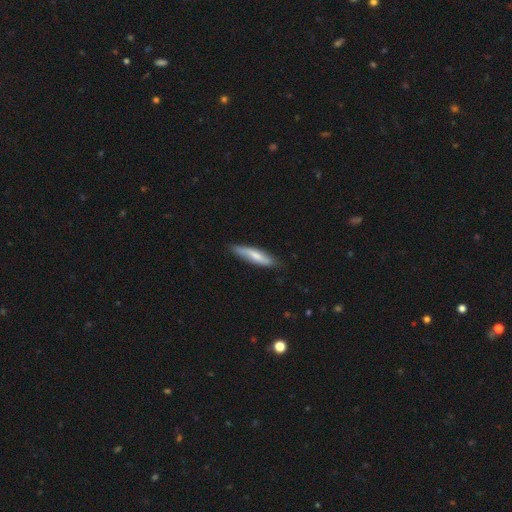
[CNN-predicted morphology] Overall: smooth (59%; featured or disk 36%). How rounded: cigar-shaped (76%). Merging: none (76%).